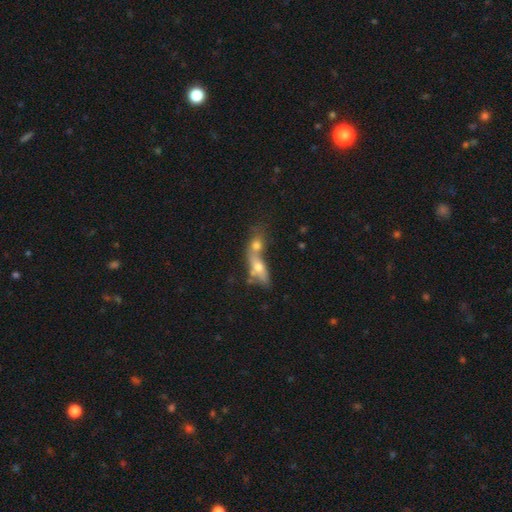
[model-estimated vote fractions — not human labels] A featured or disk galaxy (41%, tied with smooth).

Vote fractions:
- Smooth or featured? featured or disk: 41% (tied) / smooth: 41% (tied) / star or artifact: 18%
- Merging? merger: 74% / none: 13% / major disturbance: 8% / minor disturbance: 6%